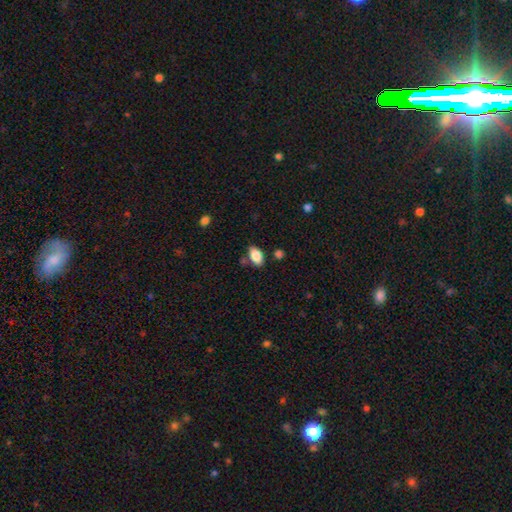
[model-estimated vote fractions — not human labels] This is clearly a smooth galaxy (86%). How rounded: clearly in between (93%). Merging: likely none (74%).